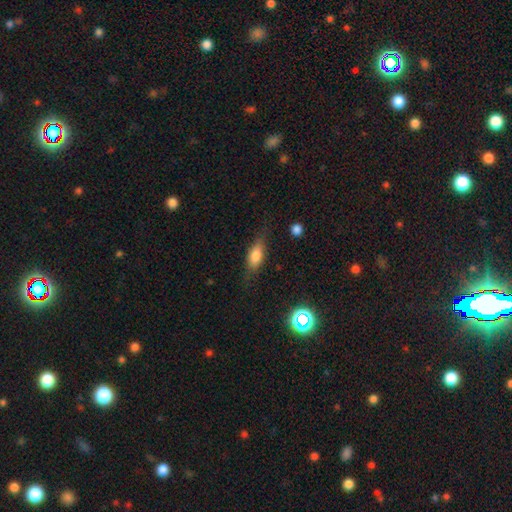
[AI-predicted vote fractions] Smooth or featured: smooth — 72% (featured or disk — 20%)
How rounded: in between — 72% (cigar-shaped — 24%)
Merging: none — 74% (minor disturbance — 18%)